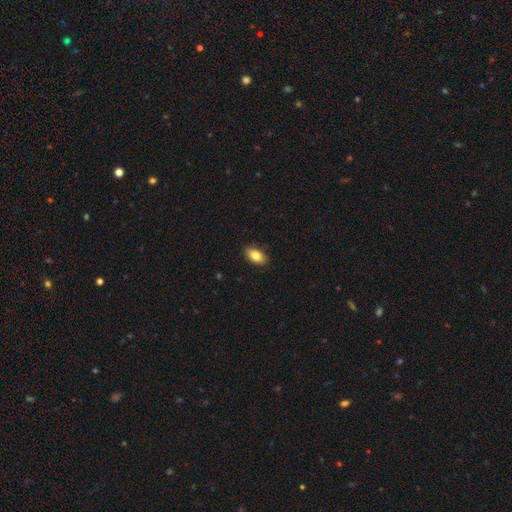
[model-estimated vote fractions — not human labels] smooth 83%, featured or disk 10%, star or artifact 7%. Down the decision tree: how rounded — in between (92%); merging — none (88%).